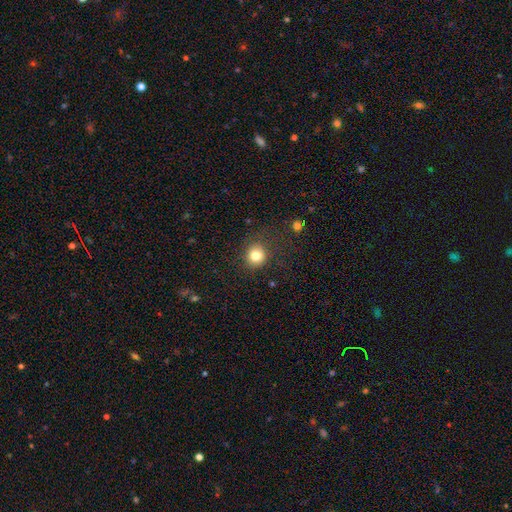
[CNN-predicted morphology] type=smooth (80%); roundness=round (87%); merging=none (82%).